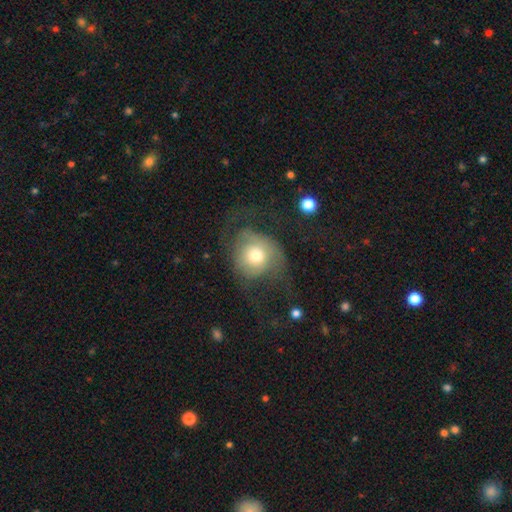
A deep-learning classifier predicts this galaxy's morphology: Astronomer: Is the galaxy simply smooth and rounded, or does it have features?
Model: smooth — 54% (runner-up: featured or disk, 37%).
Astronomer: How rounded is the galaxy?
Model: round — 78%.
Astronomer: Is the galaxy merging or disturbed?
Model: major disturbance — 40% (runner-up: none, 37%).